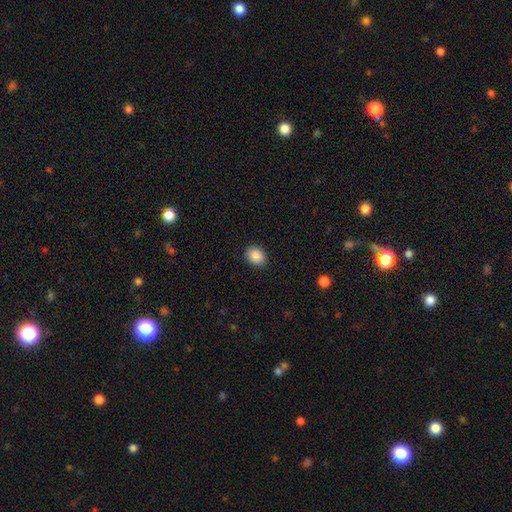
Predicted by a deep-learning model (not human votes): Smooth or featured? smooth (88%)
How rounded? in between (59%)
Merging? none (89%)